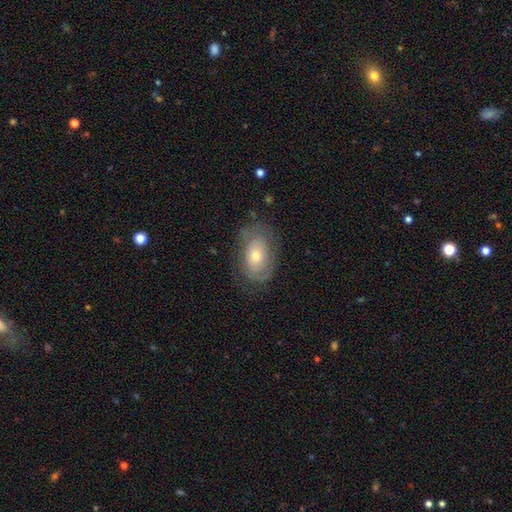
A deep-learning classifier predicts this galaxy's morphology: featured or disk 54%, smooth 39%, star or artifact 8%. Down the decision tree: edge-on disk — no (93%); merging — none (67%).